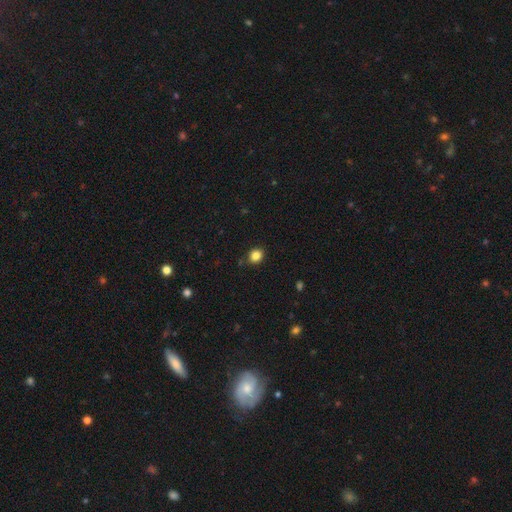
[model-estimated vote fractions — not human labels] smooth 84%, star or artifact 11%, featured or disk 4%. Down the decision tree: how rounded — round (70%); merging — none (84%).